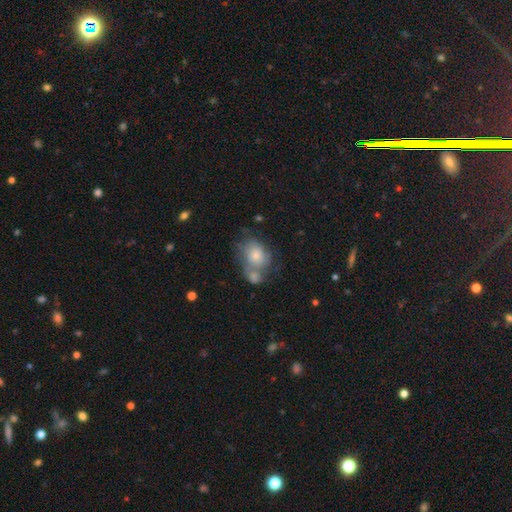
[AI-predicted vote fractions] Q: Smooth or featured?
A: smooth (65%); runner-up: featured or disk (27%)
Q: How rounded?
A: in between (62%); runner-up: round (37%)
Q: Merging?
A: merger (40%); runner-up: none (31%)